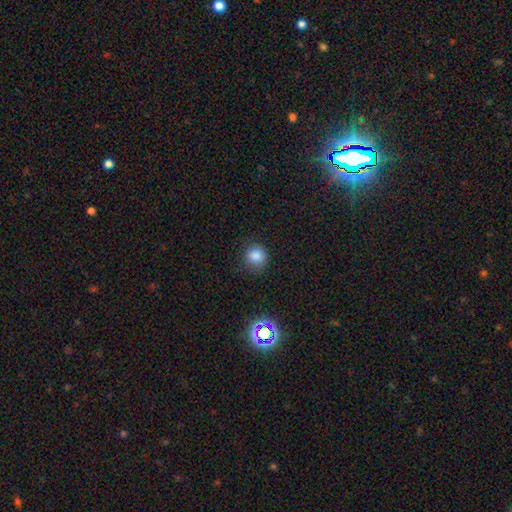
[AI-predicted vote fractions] Morphology: type=smooth (82%); roundness=round (84%); merging=none (72%).